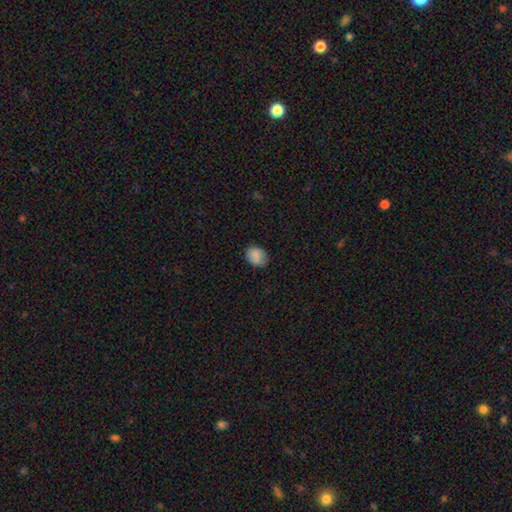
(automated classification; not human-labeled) Morphology: type=smooth (83%); roundness=round (51%); merging=none (78%).